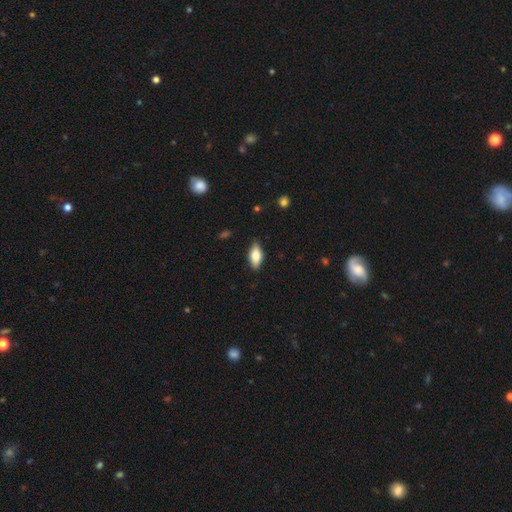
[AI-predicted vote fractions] Smooth or featured: smooth — 73% (featured or disk — 20%)
How rounded: in between — 85% (cigar-shaped — 12%)
Merging: none — 86% (minor disturbance — 11%)